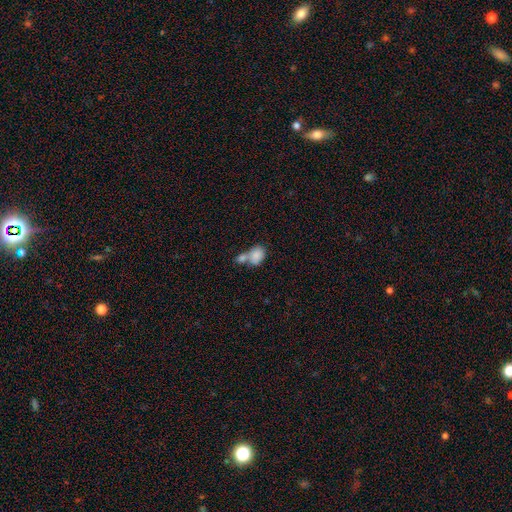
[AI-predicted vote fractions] Smooth or featured: smooth — 82% (featured or disk — 11%)
How rounded: in between — 65% (round — 33%)
Merging: merger — 65% (none — 22%)